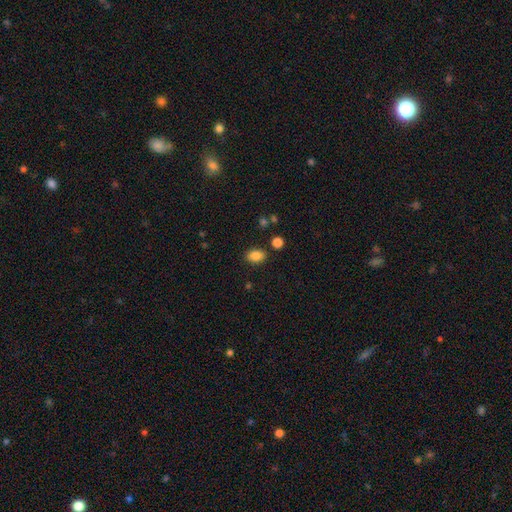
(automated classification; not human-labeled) Smooth or featured? Predicted: smooth (p=0.86). How rounded? Predicted: in between (p=0.81). Merging? Predicted: none (p=0.84).